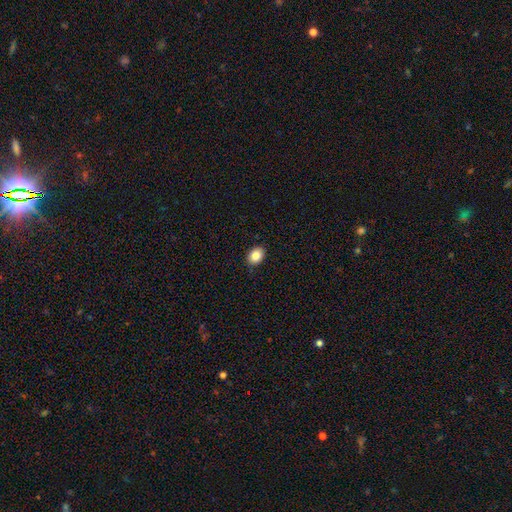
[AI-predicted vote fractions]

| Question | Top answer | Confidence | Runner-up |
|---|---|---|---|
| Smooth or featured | smooth | 86% | star or artifact (9%) |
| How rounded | in between | 69% | round (30%) |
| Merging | none | 90% | minor disturbance (7%) |